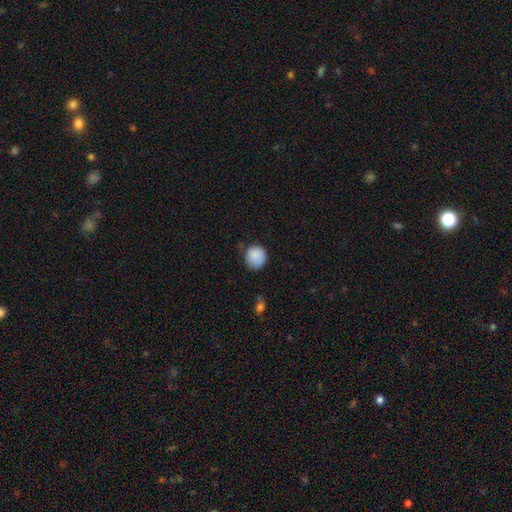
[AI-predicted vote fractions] A smooth galaxy with no disk features (87%) that is round (86%). Merging: none (71%).